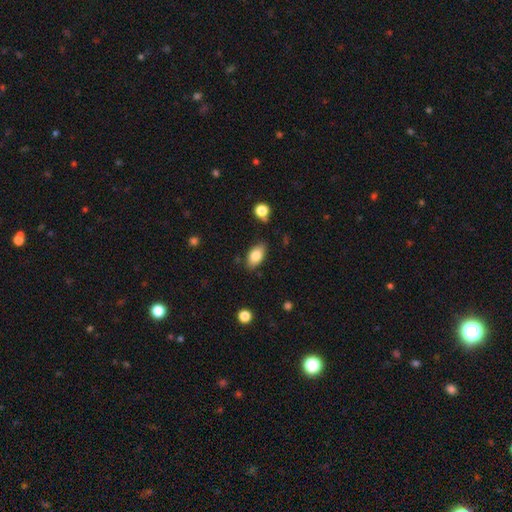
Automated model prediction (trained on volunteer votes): A smooth galaxy with no disk features (82%) that is in between round and cigar-shaped (91%).

Vote fractions:
- Smooth or featured? smooth: 82% / featured or disk: 11% / star or artifact: 7%
- How rounded? in between: 91% / round: 6% / cigar-shaped: 3%
- Merging? none: 81% / minor disturbance: 13% / major disturbance: 3% / merger: 2%